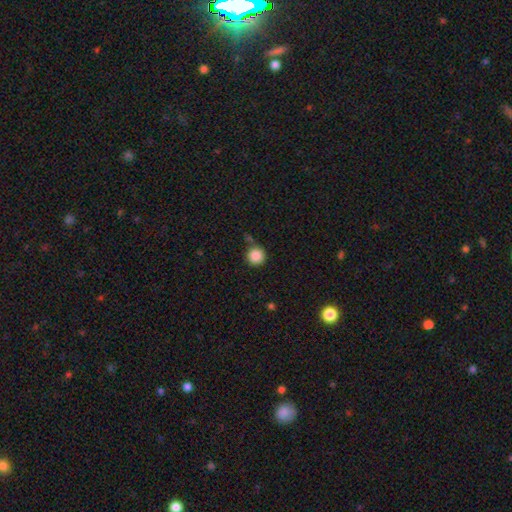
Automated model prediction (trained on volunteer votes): Morphology: type=smooth (87%); roundness=round (95%); merging=none (74%).